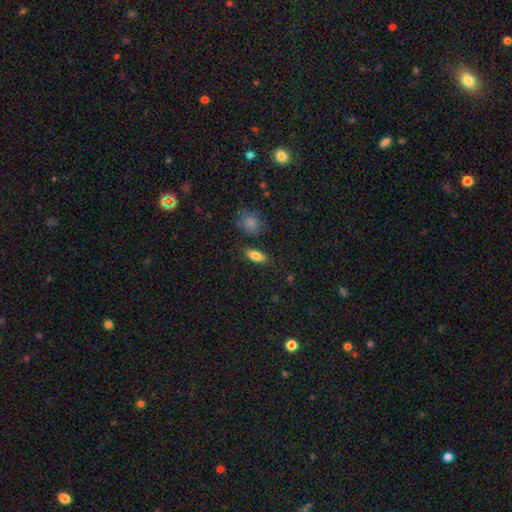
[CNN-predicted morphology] Smooth or featured?
  - smooth: 80% *
  - featured or disk: 12%
  - star or artifact: 8%
How rounded?
  - in between: 78% *
  - cigar-shaped: 18%
  - round: 4%
Merging?
  - none: 84% *
  - minor disturbance: 10%
  - major disturbance: 3%
  - merger: 3%